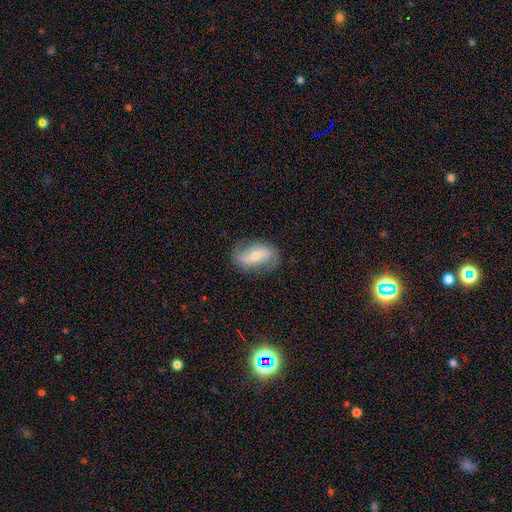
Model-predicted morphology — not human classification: A featured or disk galaxy (75%) with a weak bar (37%, tied with no), 2 (87%) loose (44%) spiral arms (90%) and a small central bulge (51%).

Vote fractions:
- Smooth or featured? featured or disk: 75% / smooth: 19% / star or artifact: 7%
- Edge-on disk? no: 96% / yes: 4%
- Bar? weak: 37% (tied) / no: 37% (tied) / strong: 26%
- Spiral arms? yes: 90% / no: 10%
- Spiral winding? loose: 44% / medium: 38% / tight: 18%
- Spiral arm count? 2: 87% / can't tell: 6% / 1: 4% / 3: 1% / 4: 1% / more than 4: 1%
- Bulge size? small: 51% / moderate: 44% / large: 2% / none: 1% / dominant: 1%
- Merging? none: 77% / minor disturbance: 16% / major disturbance: 6% / merger: 1%